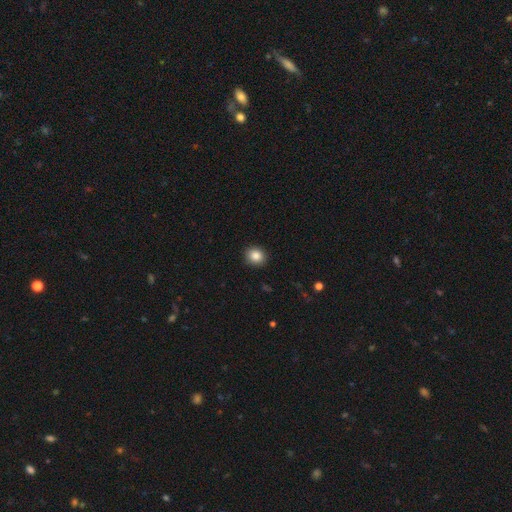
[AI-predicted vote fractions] smooth_or_featured: smooth (p=0.86) [alt: star or artifact p=0.09]
how_rounded: round (p=0.80) [alt: in between p=0.19]
merging: none (p=0.92) [alt: minor disturbance p=0.06]